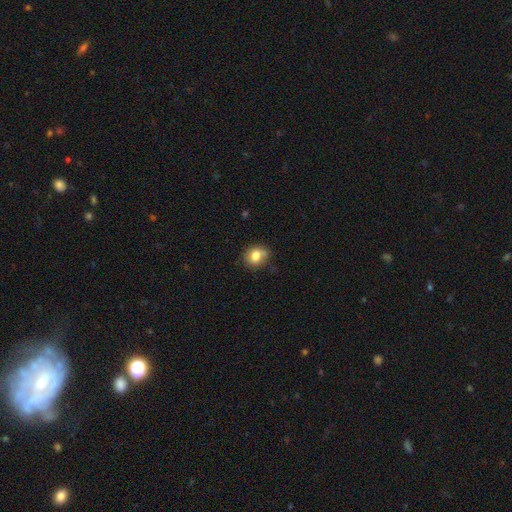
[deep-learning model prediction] Morphology: type=smooth (79%); roundness=round (62%); merging=none (70%).